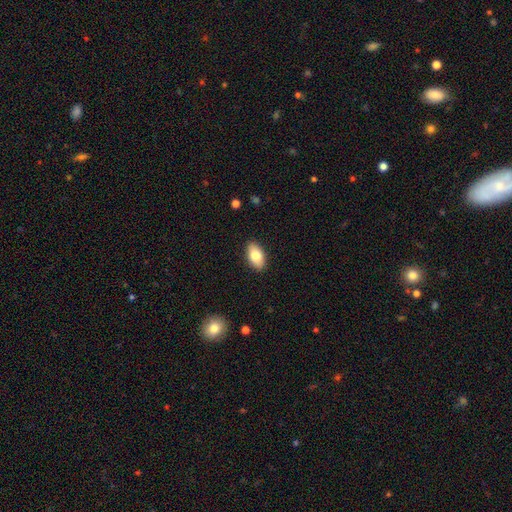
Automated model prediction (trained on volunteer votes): A smooth galaxy with no disk features (80%) that is in between round and cigar-shaped (93%).

Vote fractions:
- Smooth or featured? smooth: 80% / featured or disk: 13% / star or artifact: 7%
- How rounded? in between: 93% / round: 5% / cigar-shaped: 3%
- Merging? none: 89% / minor disturbance: 8% / major disturbance: 2% / merger: 1%